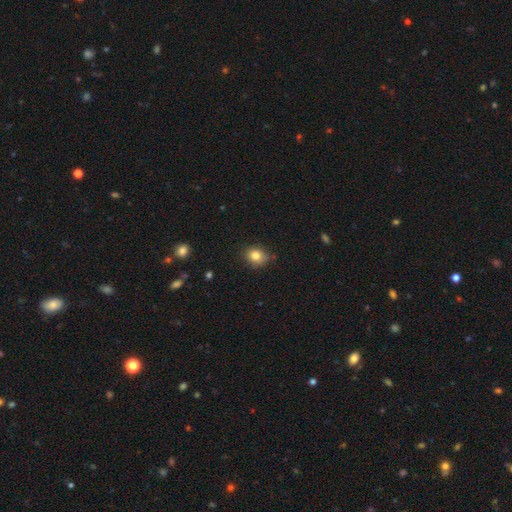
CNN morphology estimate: Overall: smooth (82%). How rounded: round (66%; in between 33%). Merging: none (77%).